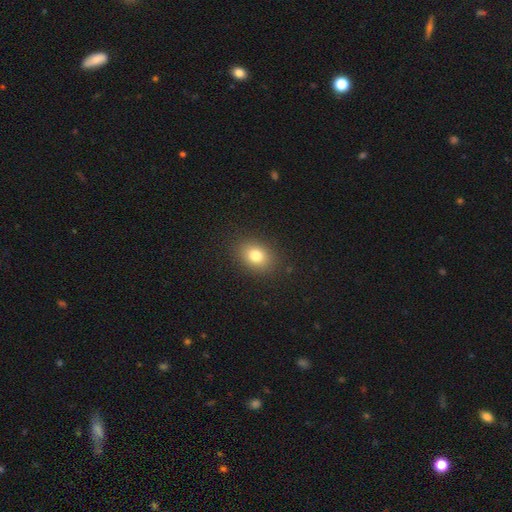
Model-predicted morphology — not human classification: Smooth or featured: smooth — 79% (star or artifact — 11%)
How rounded: in between — 64% (round — 35%)
Merging: none — 88% (minor disturbance — 8%)